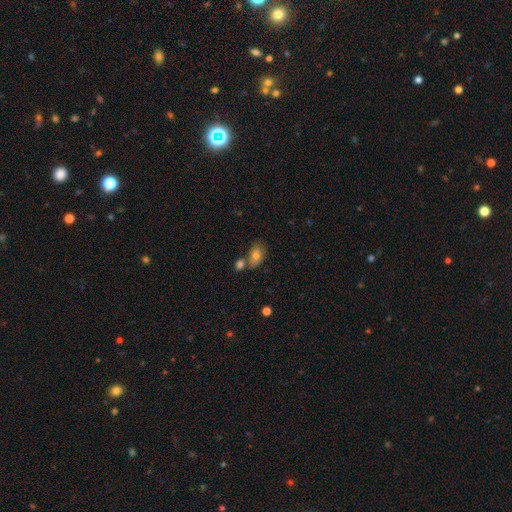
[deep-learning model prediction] Smooth or featured? Predicted: smooth (p=0.77). How rounded? Predicted: in between (p=0.86). Merging? Predicted: none (p=0.54).